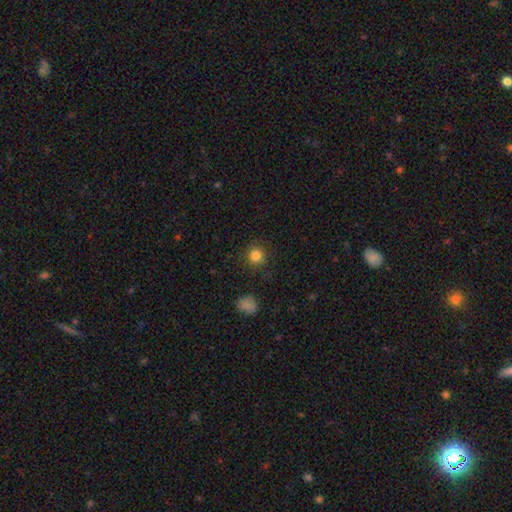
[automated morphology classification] A smooth galaxy with no disk features (83%) that is round (94%). Merging: none (89%).